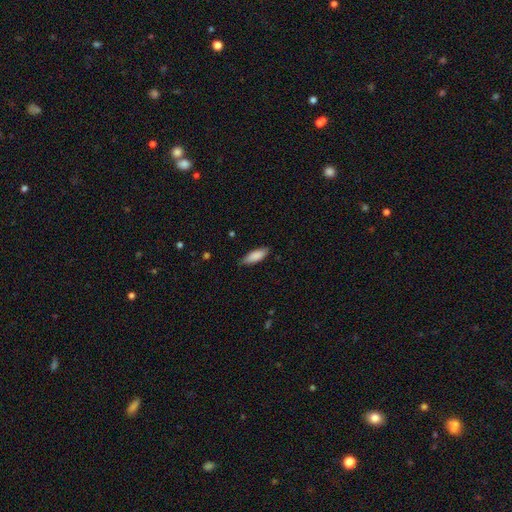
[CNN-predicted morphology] Smooth or featured? Predicted: smooth (p=0.86). How rounded? Predicted: in between (p=0.67). Merging? Predicted: none (p=0.78).